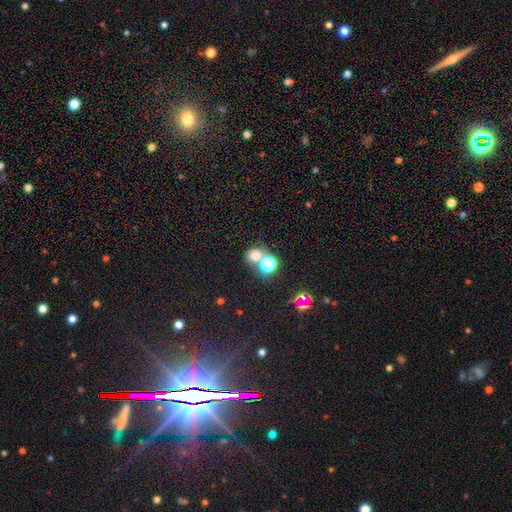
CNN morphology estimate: Q: Smooth or featured?
A: smooth (67%); runner-up: star or artifact (24%)
Q: How rounded?
A: round (73%); runner-up: in between (26%)
Q: Merging?
A: none (50%); runner-up: merger (37%)